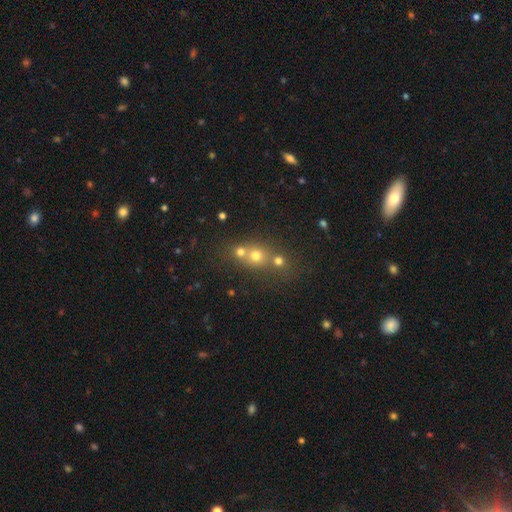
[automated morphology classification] smooth_or_featured: smooth (p=0.57) [alt: star or artifact p=0.25]
how_rounded: round (p=0.78) [alt: in between p=0.20]
merging: merger (p=0.51) [alt: none p=0.40]